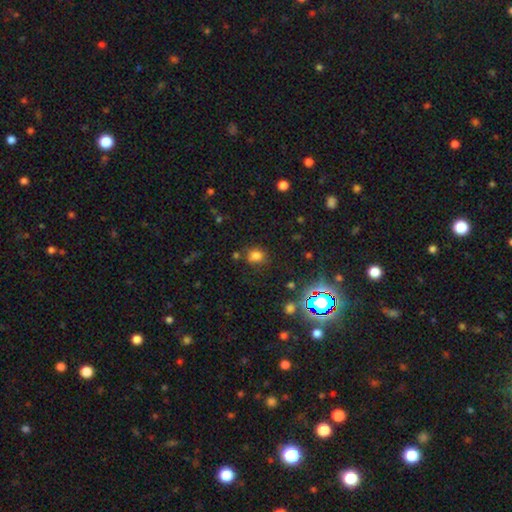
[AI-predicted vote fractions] Smooth or featured? smooth (73%)
How rounded? round (66%)
Merging? none (72%)